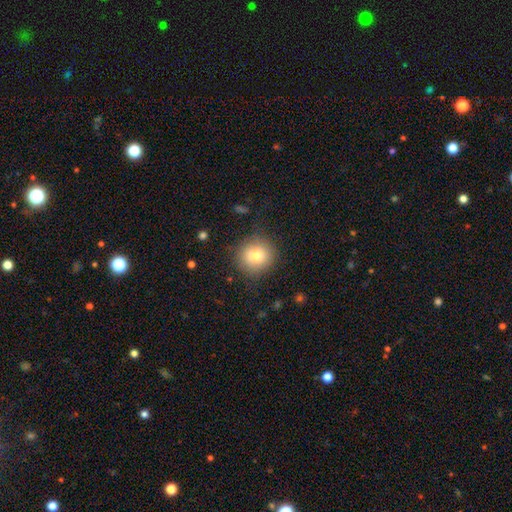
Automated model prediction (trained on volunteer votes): This is likely a smooth galaxy (78%). How rounded: clearly round (91%). Merging: clearly none (85%).